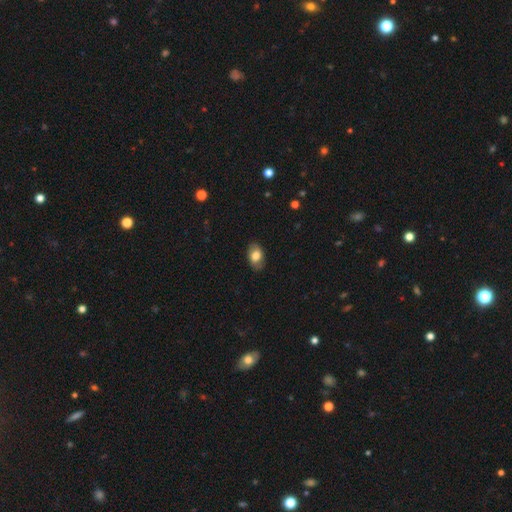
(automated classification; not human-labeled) This is likely a smooth galaxy (76%). How rounded: clearly in between (87%). Merging: clearly none (83%).